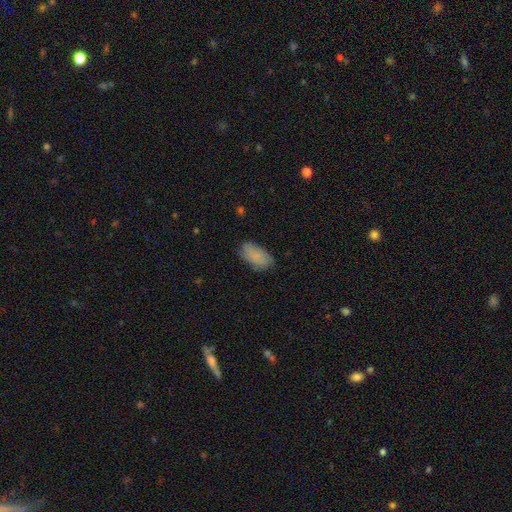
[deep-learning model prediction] This appears to be a smooth galaxy with no disk features (83%) that is in between round and cigar-shaped (93%). Merging: none (75%).